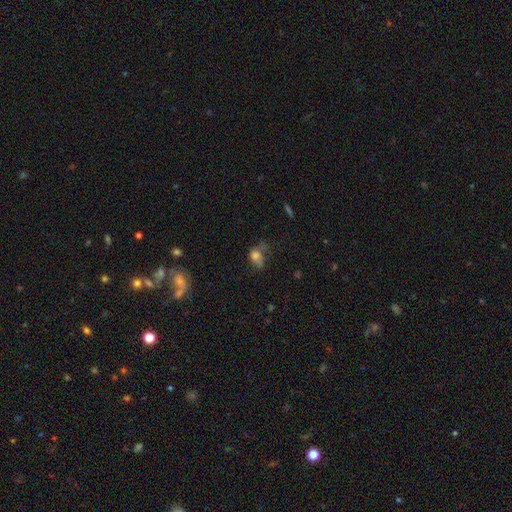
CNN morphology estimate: type=smooth (70%); roundness=in between (73%); merging=major disturbance (37%).